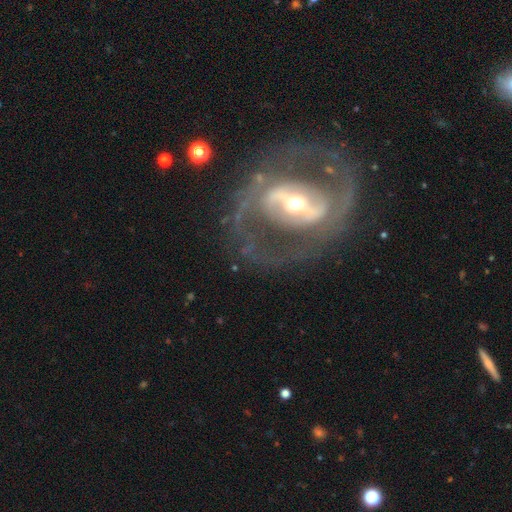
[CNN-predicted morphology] A featured or disk galaxy (86%) with a strong bar (48%), 2 (81%) medium (48%) spiral arms (80%) and a moderate central bulge (55%).

Vote fractions:
- Smooth or featured? featured or disk: 86% / smooth: 8% / star or artifact: 6%
- Edge-on disk? no: 95% / yes: 5%
- Bar? strong: 48% / weak: 32% / no: 20%
- Spiral arms? yes: 80% / no: 20%
- Spiral winding? medium: 48% / tight: 33% / loose: 18%
- Spiral arm count? 2: 81% / can't tell: 10% / 3: 3% / 1: 3% / 4: 2% / more than 4: 2%
- Bulge size? moderate: 55% / small: 31% / large: 11% / dominant: 2% / none: 1%
- Merging? none: 73% / major disturbance: 13% / minor disturbance: 12% / merger: 2%